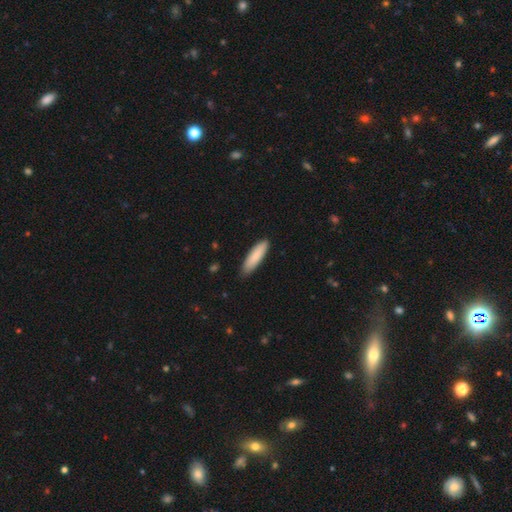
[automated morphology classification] smooth-or-featured: smooth: 86% | featured or disk: 8% | star or artifact: 5%
  how-rounded: cigar-shaped: 63% | in between: 35% | round: 1%
  merging: none: 87% | minor disturbance: 11% | major disturbance: 2% | merger: 1%